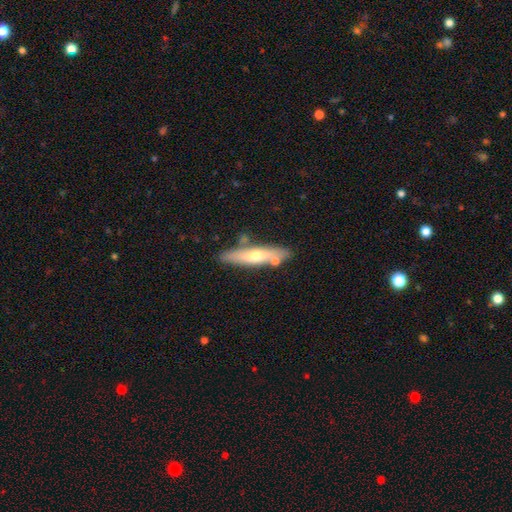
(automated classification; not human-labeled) featured or disk 49%, smooth 45%, star or artifact 6%. Down the decision tree: merging — none (75%).